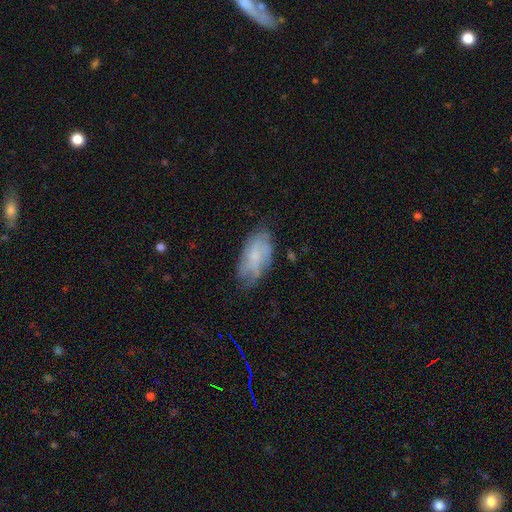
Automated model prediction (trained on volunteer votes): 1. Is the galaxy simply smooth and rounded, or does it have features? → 52% featured or disk, 40% smooth, 8% star or artifact.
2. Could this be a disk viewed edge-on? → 94% no, 6% yes.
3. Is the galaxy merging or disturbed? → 64% none, 25% minor disturbance, 9% major disturbance, 2% merger.